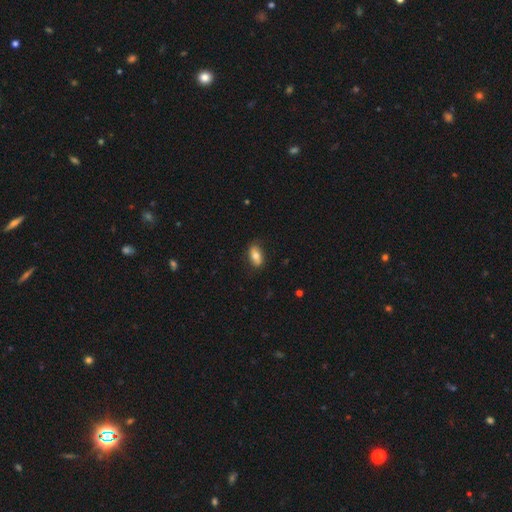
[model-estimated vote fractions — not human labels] A smooth galaxy with no disk features (75%) that is in between round and cigar-shaped (89%).

Vote fractions:
- Smooth or featured? smooth: 75% / featured or disk: 17% / star or artifact: 7%
- How rounded? in between: 89% / cigar-shaped: 6% / round: 5%
- Merging? none: 80% / minor disturbance: 15% / major disturbance: 3% / merger: 1%